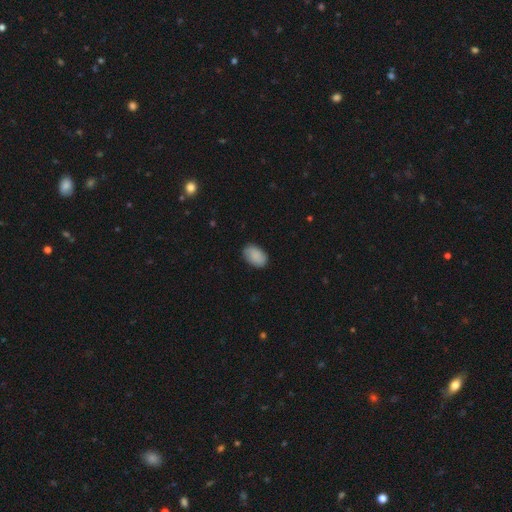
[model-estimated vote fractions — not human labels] Smooth or featured? Predicted: smooth (p=0.89). How rounded? Predicted: in between (p=0.90). Merging? Predicted: none (p=0.83).